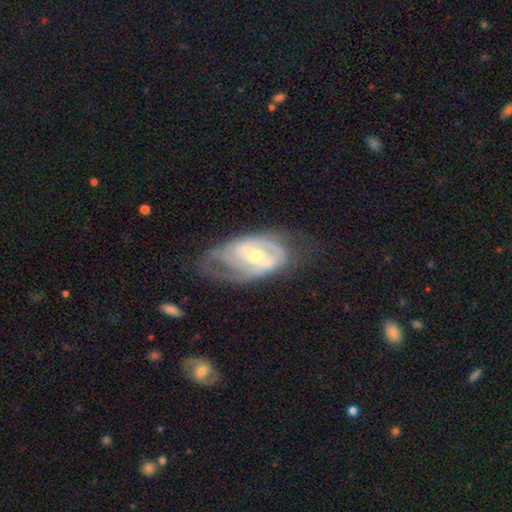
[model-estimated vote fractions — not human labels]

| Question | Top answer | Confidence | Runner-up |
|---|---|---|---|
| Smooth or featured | featured or disk | 84% | smooth (10%) |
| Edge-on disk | no | 95% | yes (5%) |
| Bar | weak | 43% | strong (32%) |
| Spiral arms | yes | 91% | no (9%) |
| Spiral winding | tight | 51% | medium (37%) |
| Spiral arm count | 2 | 50% | can't tell (26%) |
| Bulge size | small | 49% | moderate (47%) |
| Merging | none | 55% | minor disturbance (25%) |